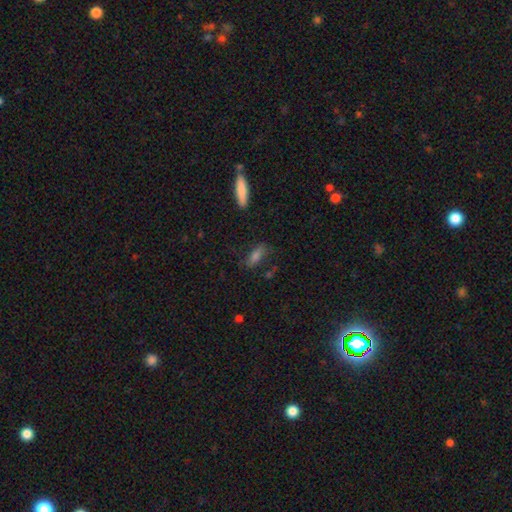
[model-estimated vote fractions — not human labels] smooth 70%, featured or disk 19%, star or artifact 11%. Down the decision tree: how rounded — in between (57%); merging — none (73%).